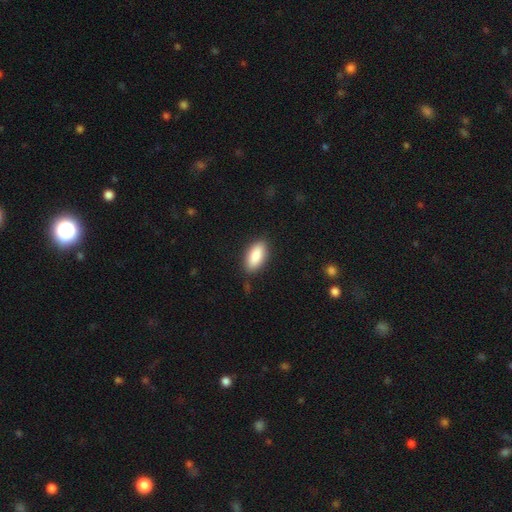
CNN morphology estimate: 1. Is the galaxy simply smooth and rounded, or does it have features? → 88% smooth, 6% featured or disk, 6% star or artifact.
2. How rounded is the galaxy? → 88% in between, 10% cigar-shaped, 2% round.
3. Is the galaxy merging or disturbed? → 85% none, 11% minor disturbance, 3% major disturbance, 2% merger.